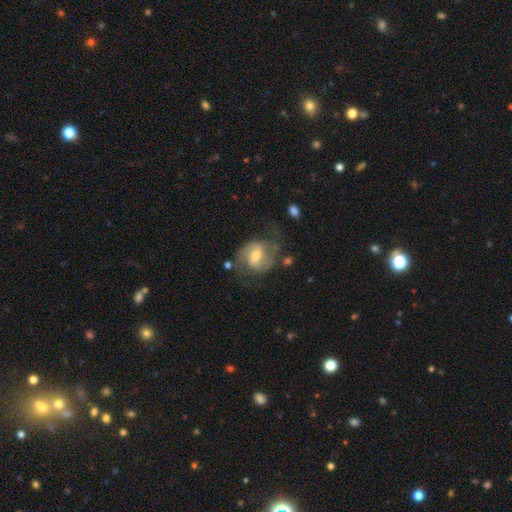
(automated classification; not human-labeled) Q: Smooth or featured?
A: featured or disk (76%); runner-up: smooth (17%)
Q: Edge-on disk?
A: no (97%); runner-up: yes (3%)
Q: Bar?
A: weak (53%); runner-up: strong (27%)
Q: Spiral arms?
A: yes (91%); runner-up: no (9%)
Q: Spiral winding?
A: medium (52%); runner-up: loose (29%)
Q: Spiral arm count?
A: 2 (87%); runner-up: can't tell (7%)
Q: Bulge size?
A: moderate (56%); runner-up: small (36%)
Q: Merging?
A: none (65%); runner-up: minor disturbance (19%)